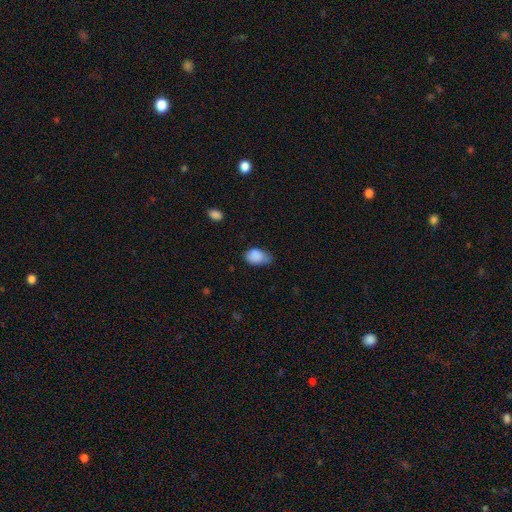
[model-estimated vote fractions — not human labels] Smooth or featured: smooth — 87% (star or artifact — 8%)
How rounded: in between — 83% (round — 16%)
Merging: none — 45% (minor disturbance — 43%)